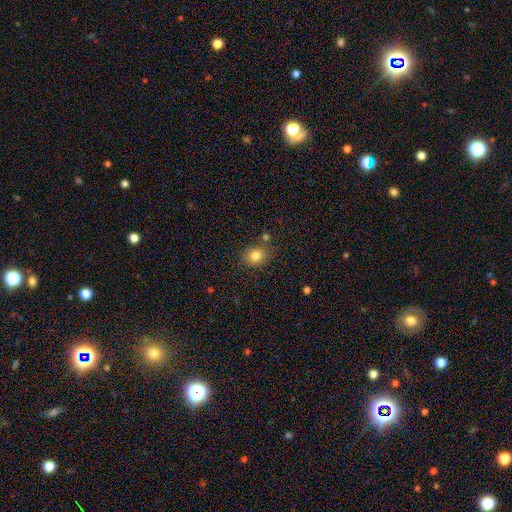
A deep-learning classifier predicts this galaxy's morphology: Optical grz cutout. It shows a smooth galaxy with no disk features (81%) that is round (55%). Merging: none (77%).